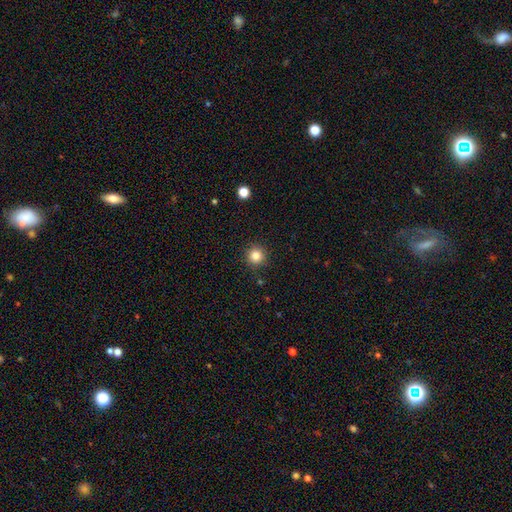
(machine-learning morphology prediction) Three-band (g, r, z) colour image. It shows a smooth galaxy with no disk features (84%) that is round (95%). Merging: none (92%).